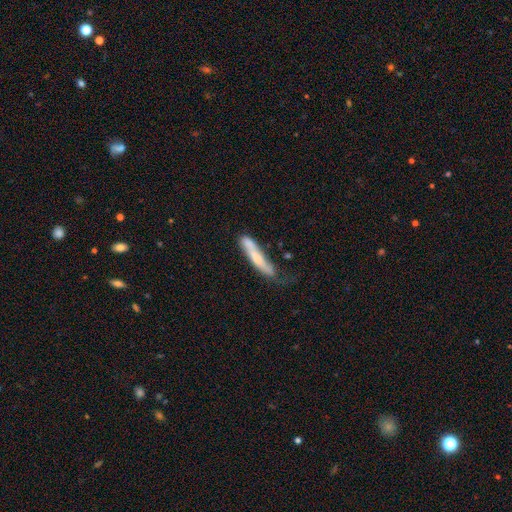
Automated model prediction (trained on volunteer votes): smooth 58%, featured or disk 36%, star or artifact 6%. Down the decision tree: how rounded — cigar-shaped (89%); merging — none (43%).